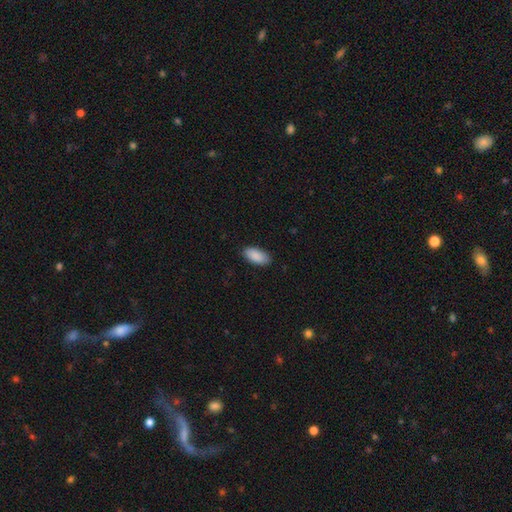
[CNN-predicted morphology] Overall: smooth (90%). How rounded: in between (93%). Merging: none (87%).